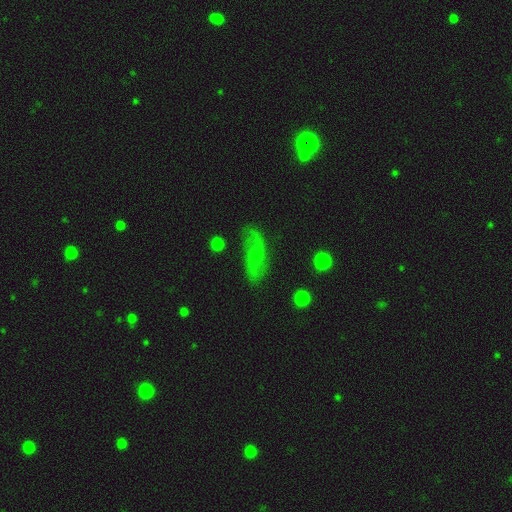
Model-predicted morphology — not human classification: type=featured or disk (61%); edge-on=no (91%); bar=no (60%); spiral arms=yes (83%); bulge=small (57%); merging=none (70%).